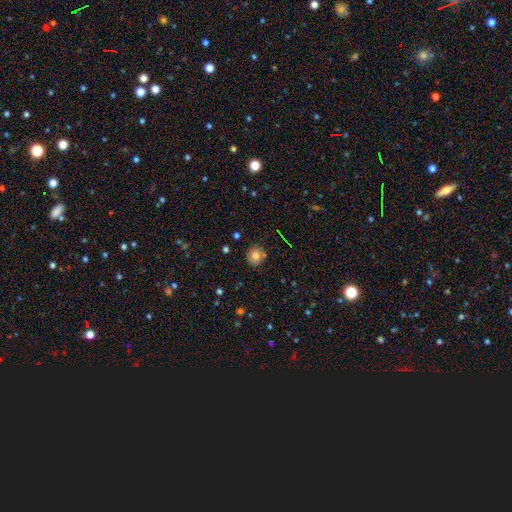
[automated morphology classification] This appears to be a smooth galaxy with no disk features (79%) that is round (83%). Merging: none (83%).